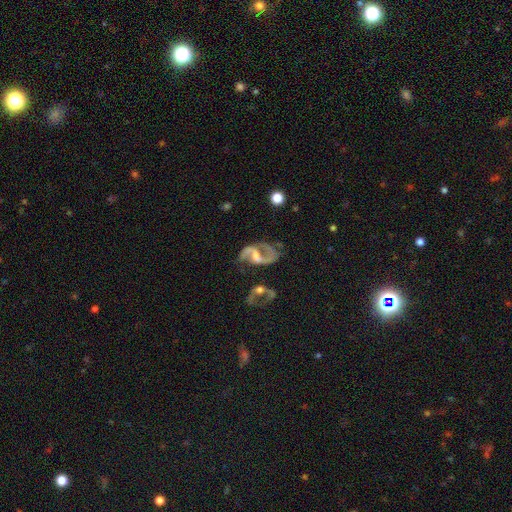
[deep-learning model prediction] Smooth or featured: featured or disk — 85% (star or artifact — 8%)
Edge-on disk: no — 97% (yes — 3%)
Bar: weak — 48% (no — 28%)
Spiral arms: yes — 93% (no — 7%)
Spiral winding: loose — 50% (medium — 41%)
Spiral arm count: 2 — 87% (1 — 6%)
Bulge size: small — 36% (moderate — 32%)
Merging: none — 45% (major disturbance — 23%)